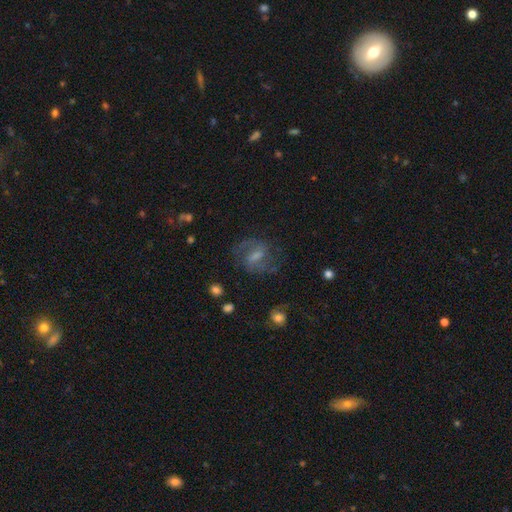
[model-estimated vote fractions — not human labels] smooth_or_featured: featured or disk (p=0.71) [alt: smooth p=0.16]
disk_edge_on: no (p=0.96) [alt: yes p=0.04]
bar: weak (p=0.53) [alt: strong p=0.31]
has_spiral_arms: yes (p=0.91) [alt: no p=0.09]
spiral_winding: medium (p=0.54) [alt: loose p=0.25]
spiral_arm_count: 2 (p=0.83) [alt: can't tell p=0.09]
bulge_size: small (p=0.38) [alt: moderate p=0.34]
merging: none (p=0.73) [alt: minor disturbance p=0.15]